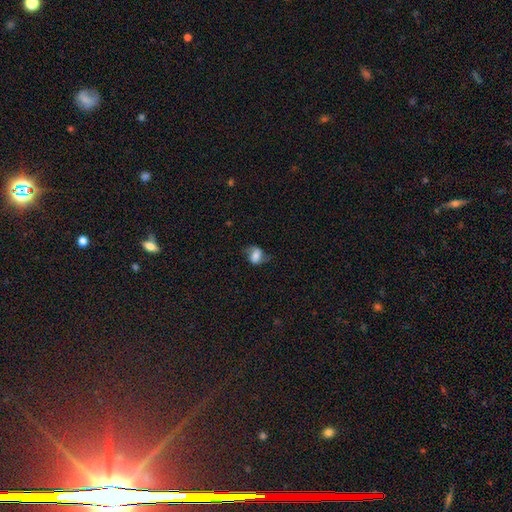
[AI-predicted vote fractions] A smooth galaxy with no disk features (54%) that is in between round and cigar-shaped (66%).

Vote fractions:
- Smooth or featured? smooth: 54% / featured or disk: 36% / star or artifact: 10%
- How rounded? in between: 66% / round: 32% / cigar-shaped: 2%
- Merging? none: 60% / minor disturbance: 25% / major disturbance: 13% / merger: 1%